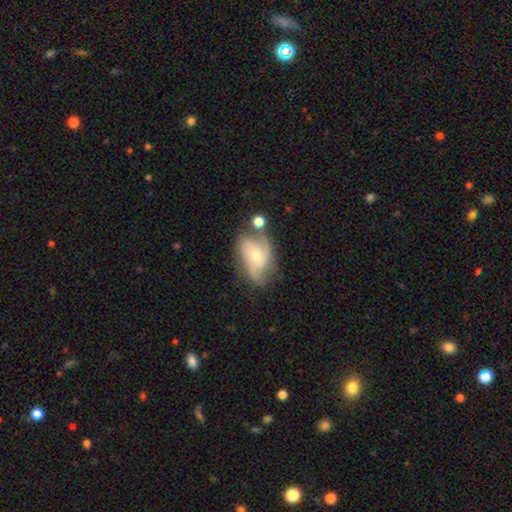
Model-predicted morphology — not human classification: Smooth or featured? Predicted: featured or disk (p=0.66). Edge-on disk? Predicted: no (p=0.96). Bar? Predicted: no (p=0.65). Spiral arms? Predicted: yes (p=0.87). Spiral winding? Predicted: medium (p=0.45). Spiral arm count? Predicted: 2 (p=0.50). Bulge size? Predicted: small (p=0.50). Merging? Predicted: none (p=0.46).